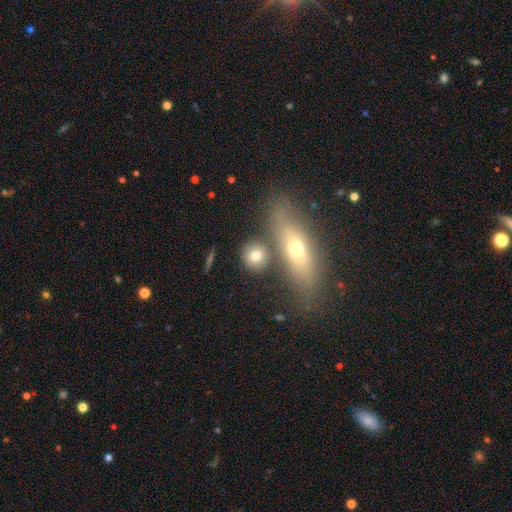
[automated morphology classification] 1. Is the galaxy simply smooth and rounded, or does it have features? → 76% smooth, 15% featured or disk, 9% star or artifact.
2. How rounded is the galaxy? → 77% round, 19% in between, 4% cigar-shaped.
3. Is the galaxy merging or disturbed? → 69% none, 17% merger, 9% minor disturbance, 4% major disturbance.